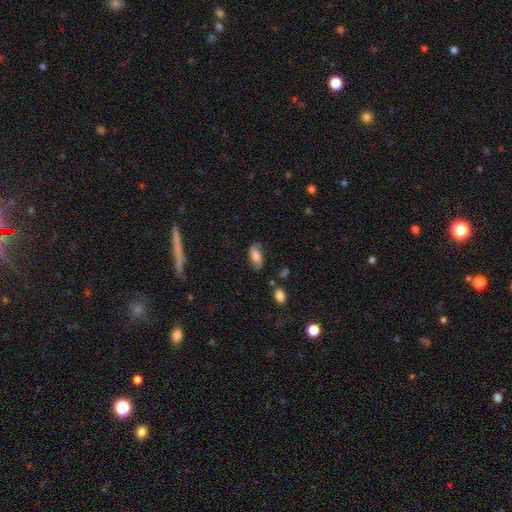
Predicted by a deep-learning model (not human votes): Q: Smooth or featured?
A: smooth (54%); runner-up: featured or disk (38%)
Q: How rounded?
A: in between (84%); runner-up: cigar-shaped (11%)
Q: Merging?
A: none (70%); runner-up: minor disturbance (21%)